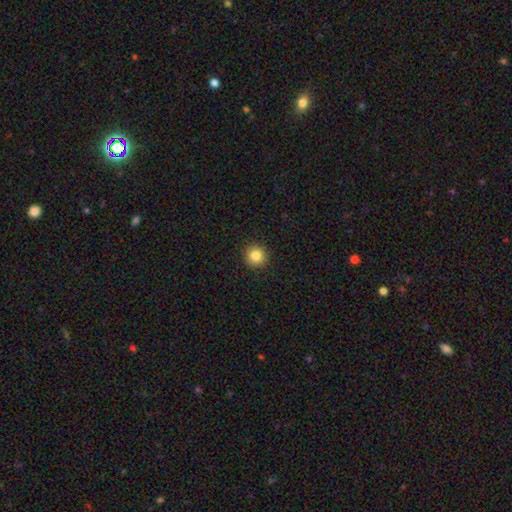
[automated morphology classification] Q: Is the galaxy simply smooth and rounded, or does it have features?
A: smooth — 84%.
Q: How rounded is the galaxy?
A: round — 95%.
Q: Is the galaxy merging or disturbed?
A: none — 93%.